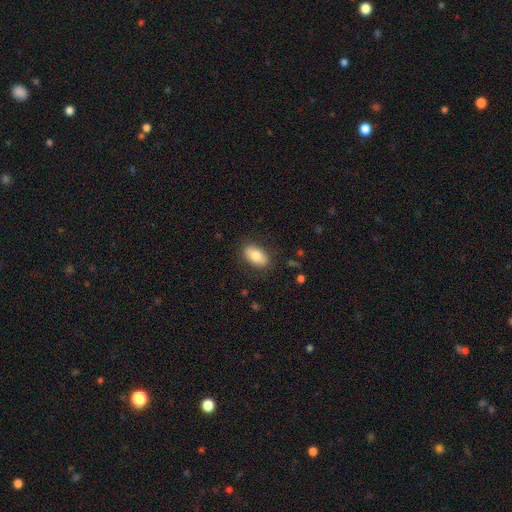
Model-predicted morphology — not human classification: Smooth or featured?
  - smooth: 80% *
  - featured or disk: 13%
  - star or artifact: 7%
How rounded?
  - in between: 92% *
  - round: 5%
  - cigar-shaped: 3%
Merging?
  - none: 84% *
  - minor disturbance: 12%
  - major disturbance: 4%
  - merger: 1%